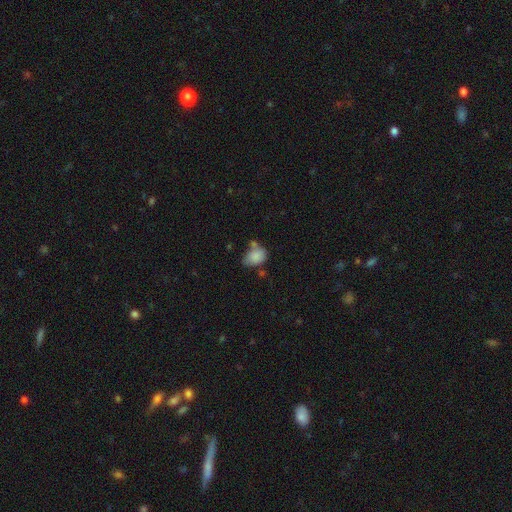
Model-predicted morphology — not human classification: A smooth galaxy with no disk features (82%) that is in between round and cigar-shaped (75%).

Vote fractions:
- Smooth or featured? smooth: 82% / featured or disk: 10% / star or artifact: 8%
- How rounded? in between: 75% / round: 24% / cigar-shaped: 1%
- Merging? none: 43% / minor disturbance: 28% / merger: 19% / major disturbance: 9%